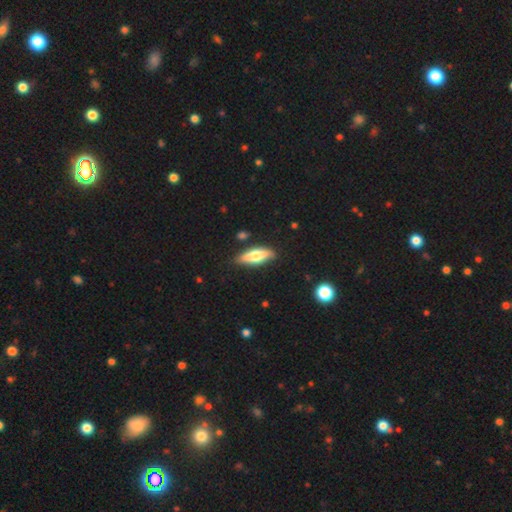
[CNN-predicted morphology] A smooth galaxy with no disk features (57%) that is in between round and cigar-shaped (52%).

Vote fractions:
- Smooth or featured? smooth: 57% / featured or disk: 37% / star or artifact: 6%
- How rounded? in between: 52% / cigar-shaped: 46% / round: 2%
- Merging? none: 82% / minor disturbance: 13% / merger: 3% / major disturbance: 3%